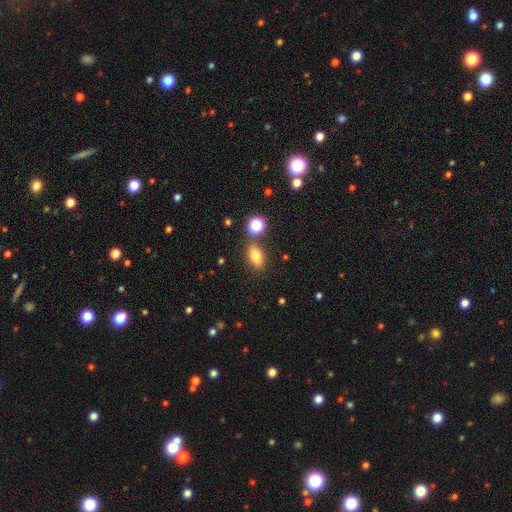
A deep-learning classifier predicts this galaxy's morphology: A smooth galaxy with no disk features (78%) that is in between round and cigar-shaped (80%). Merging: none (77%).